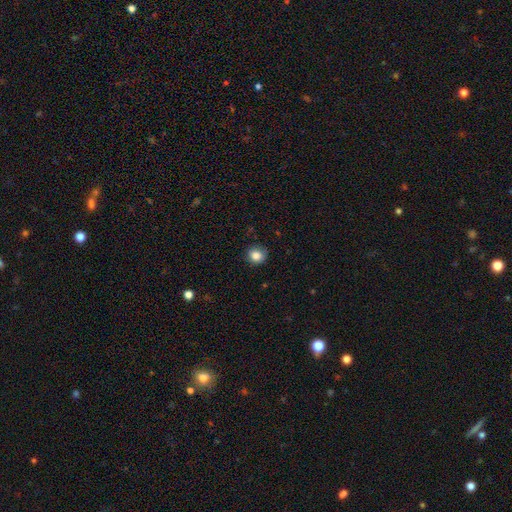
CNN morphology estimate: This appears to be a smooth galaxy with no disk features (85%) that is round (85%). Merging: none (83%).